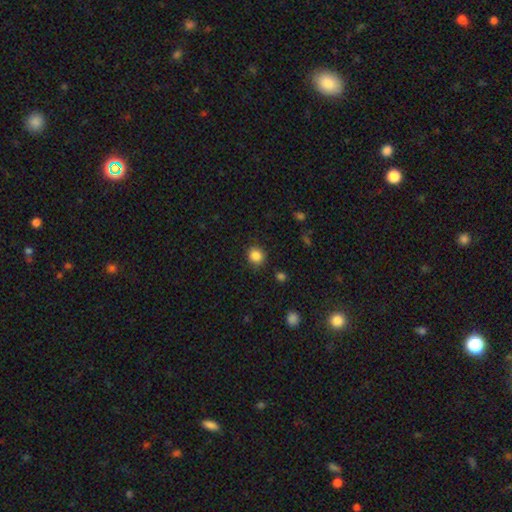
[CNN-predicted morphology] Smooth or featured? Predicted: smooth (p=0.85). How rounded? Predicted: round (p=0.85). Merging? Predicted: none (p=0.85).